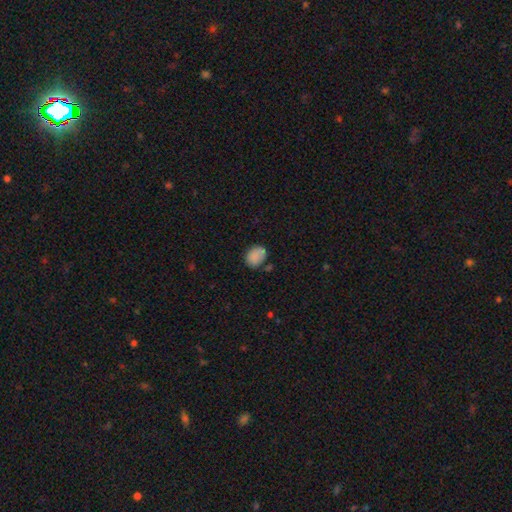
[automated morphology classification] Smooth or featured?
  - smooth: 85% *
  - star or artifact: 9%
  - featured or disk: 6%
How rounded?
  - in between: 66% *
  - round: 33%
  - cigar-shaped: 1%
Merging?
  - none: 67% *
  - minor disturbance: 21%
  - merger: 6%
  - major disturbance: 6%